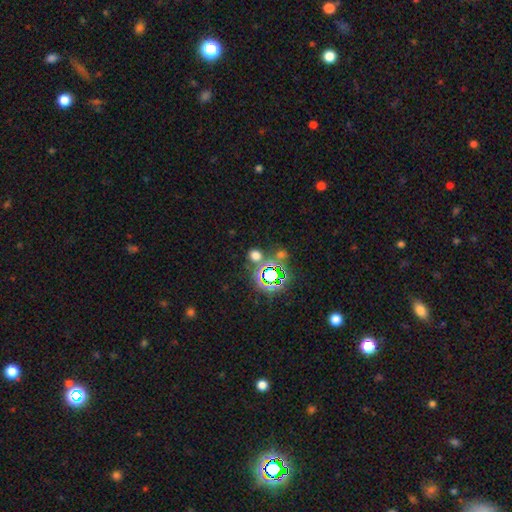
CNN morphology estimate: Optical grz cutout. It shows a smooth galaxy with no disk features (53%) that is round (78%). Merging: none (73%).